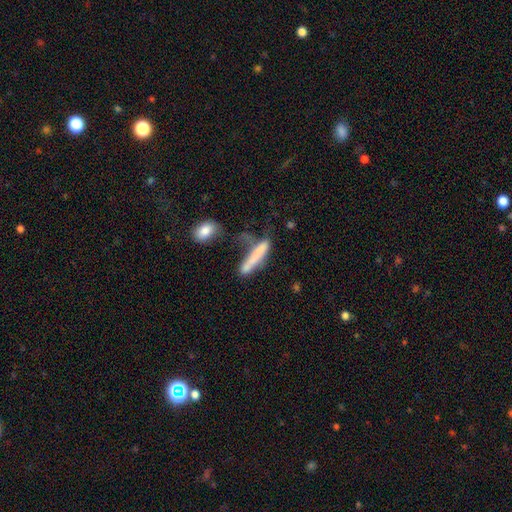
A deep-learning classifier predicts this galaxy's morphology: Q: Smooth or featured?
A: smooth (66%); runner-up: featured or disk (24%)
Q: How rounded?
A: cigar-shaped (85%); runner-up: in between (13%)
Q: Merging?
A: none (35%); runner-up: merger (22%)